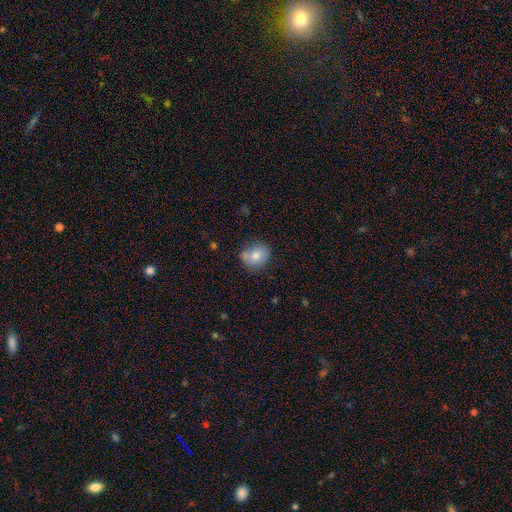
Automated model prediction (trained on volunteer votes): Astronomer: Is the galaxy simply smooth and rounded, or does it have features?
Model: smooth — 75%.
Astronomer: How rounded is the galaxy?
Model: round — 54% (runner-up: in between, 44%).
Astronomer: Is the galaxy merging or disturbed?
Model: none — 65%.